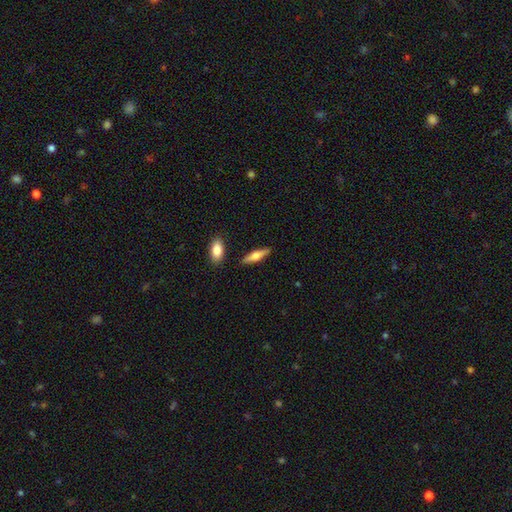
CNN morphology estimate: Smooth or featured?
  - smooth: 57% *
  - featured or disk: 37%
  - star or artifact: 6%
How rounded?
  - cigar-shaped: 62% *
  - in between: 35%
  - round: 2%
Merging?
  - none: 86% *
  - minor disturbance: 9%
  - merger: 3%
  - major disturbance: 2%